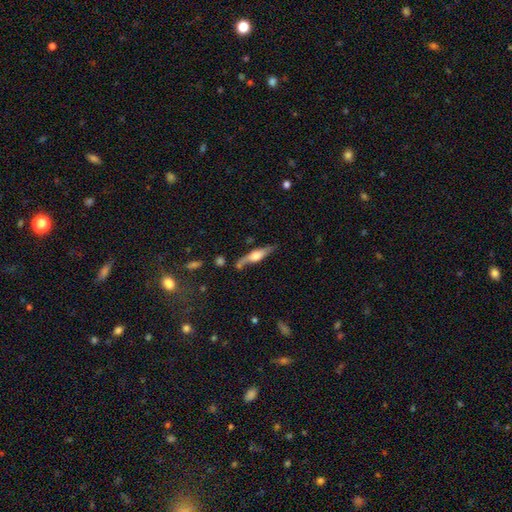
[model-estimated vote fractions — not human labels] smooth-or-featured: featured or disk: 61% | smooth: 33% | star or artifact: 6%
  disk-edge-on: yes: 89% | no: 11%
    edge-on-bulge: rounded: 86% | boxy: 10% | none: 4%
  merging: none: 66% | minor disturbance: 20% | merger: 7% | major disturbance: 7%